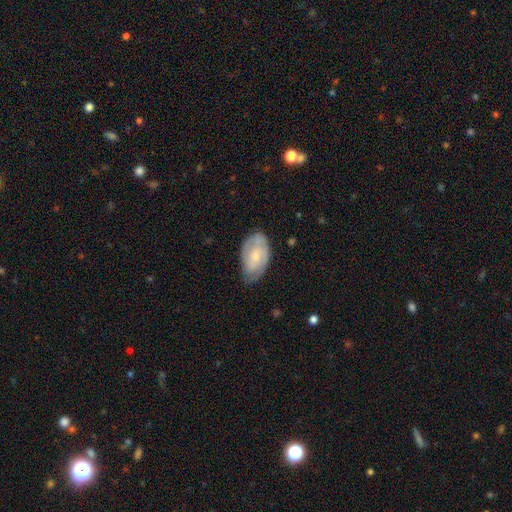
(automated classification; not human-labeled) Morphology: type=featured or disk (53%); edge-on=no (94%); bar=no (65%); spiral arms=yes (79%); bulge=small (54%); merging=none (64%).